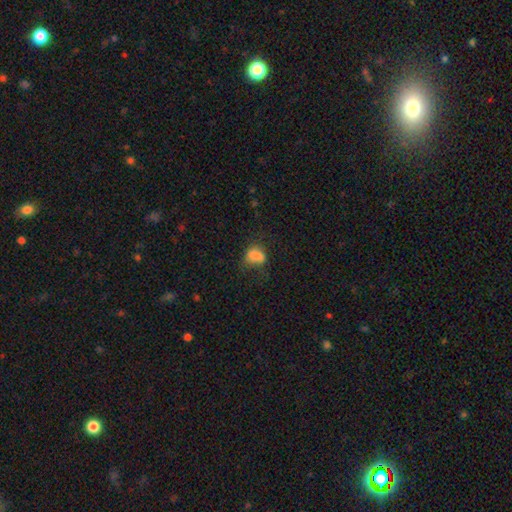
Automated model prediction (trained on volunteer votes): Q: Smooth or featured?
A: smooth (76%); runner-up: star or artifact (12%)
Q: How rounded?
A: in between (77%); runner-up: round (18%)
Q: Merging?
A: none (43%); runner-up: minor disturbance (30%)